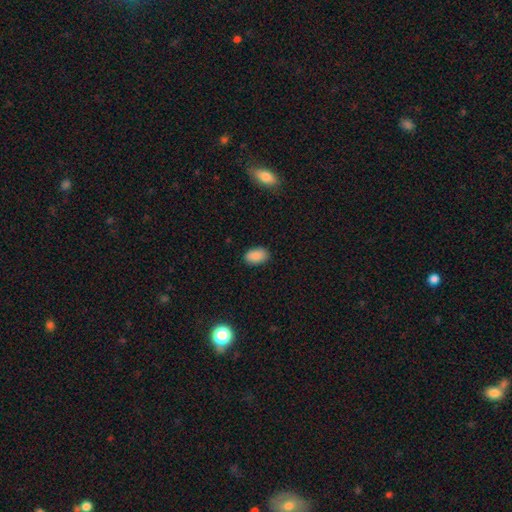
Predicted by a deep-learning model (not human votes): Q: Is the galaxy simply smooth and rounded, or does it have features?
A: smooth — 88%.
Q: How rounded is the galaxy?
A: in between — 89%.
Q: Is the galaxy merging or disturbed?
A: none — 87%.